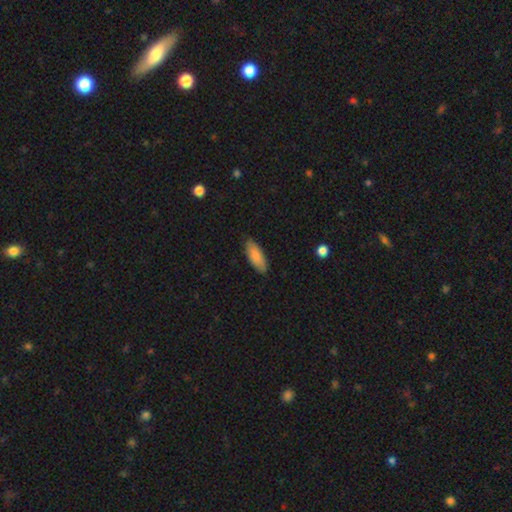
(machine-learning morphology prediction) smooth_or_featured: smooth (p=0.83) [alt: featured or disk p=0.11]
how_rounded: in between (p=0.76) [alt: cigar-shaped p=0.23]
merging: none (p=0.83) [alt: minor disturbance p=0.14]